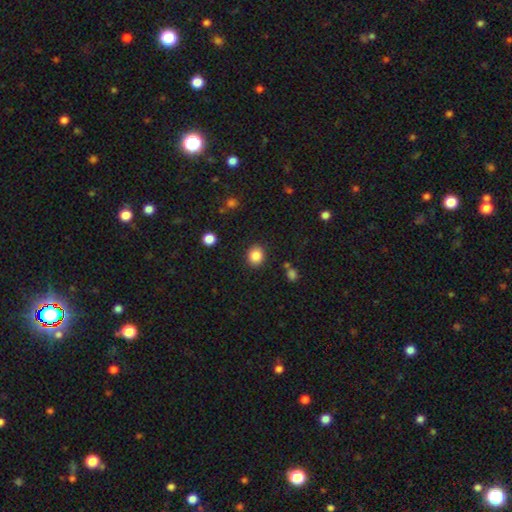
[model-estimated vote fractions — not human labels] Smooth or featured? smooth (85%)
How rounded? round (71%)
Merging? none (89%)